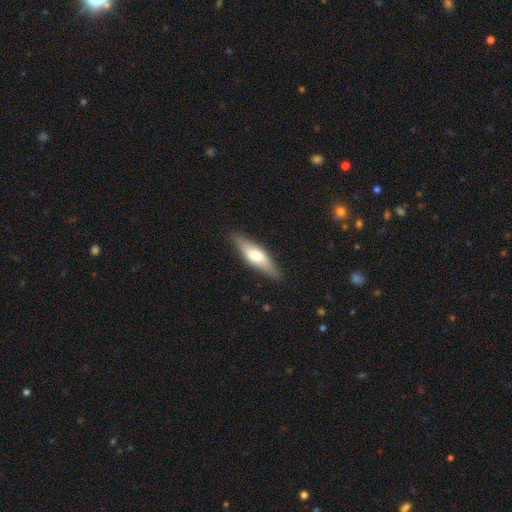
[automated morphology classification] This is possibly a smooth galaxy (49%). Merging: clearly none (84%).